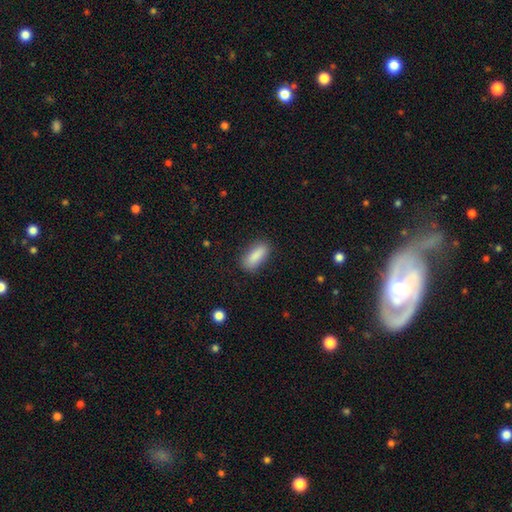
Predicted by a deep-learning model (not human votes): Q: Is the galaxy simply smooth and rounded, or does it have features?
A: smooth — 88%.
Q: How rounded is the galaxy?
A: in between — 78%.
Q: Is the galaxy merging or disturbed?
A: none — 83%.